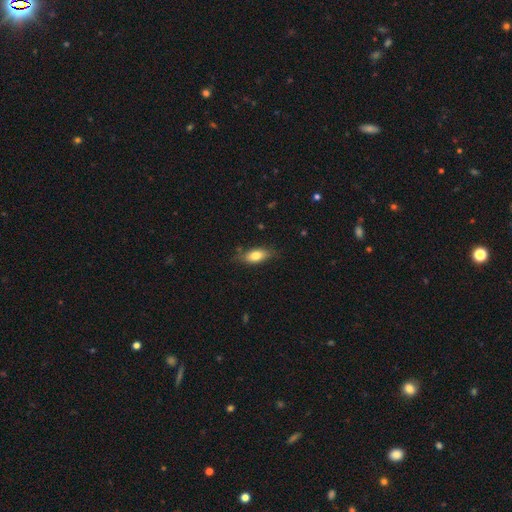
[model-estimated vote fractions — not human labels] smooth_or_featured: smooth (p=0.77) [alt: featured or disk p=0.16]
how_rounded: in between (p=0.84) [alt: cigar-shaped p=0.11]
merging: none (p=0.75) [alt: minor disturbance p=0.19]